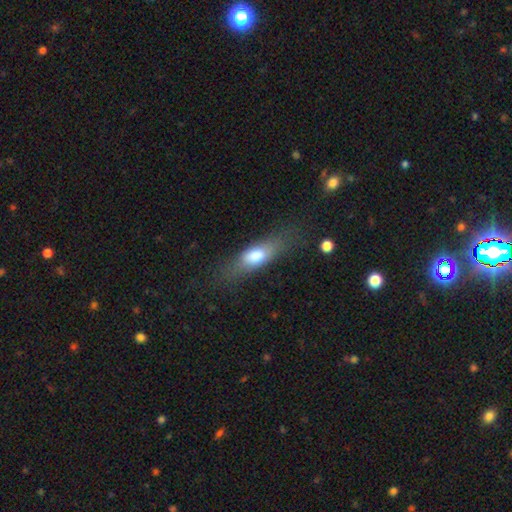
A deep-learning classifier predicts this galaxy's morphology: Smooth or featured?
  - smooth: 67% *
  - featured or disk: 26%
  - star or artifact: 7%
How rounded?
  - in between: 52% *
  - cigar-shaped: 44%
  - round: 4%
Merging?
  - none: 72% *
  - minor disturbance: 18%
  - major disturbance: 9%
  - merger: 2%